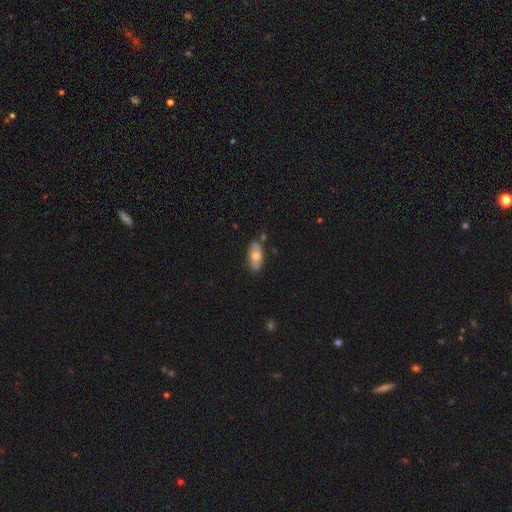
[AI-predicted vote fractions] smooth-or-featured: smooth: 65% | featured or disk: 29% | star or artifact: 6%
  how-rounded: in between: 92% | cigar-shaped: 5% | round: 3%
  merging: none: 77% | minor disturbance: 16% | merger: 4% | major disturbance: 3%